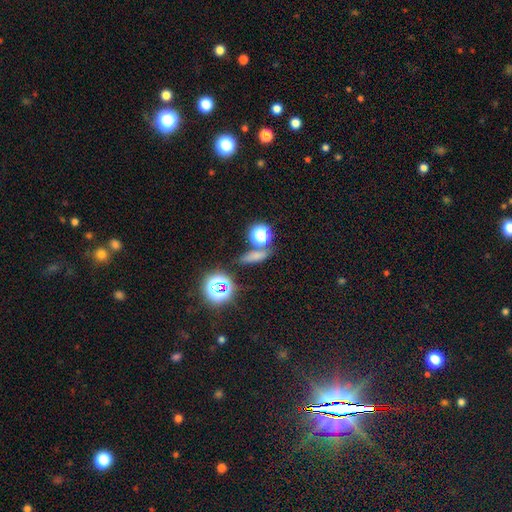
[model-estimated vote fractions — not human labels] smooth-or-featured: smooth: 61% | star or artifact: 28% | featured or disk: 11%
  how-rounded: cigar-shaped: 43% | in between: 34% | round: 23%
  merging: none: 73% | merger: 11% | minor disturbance: 11% | major disturbance: 4%